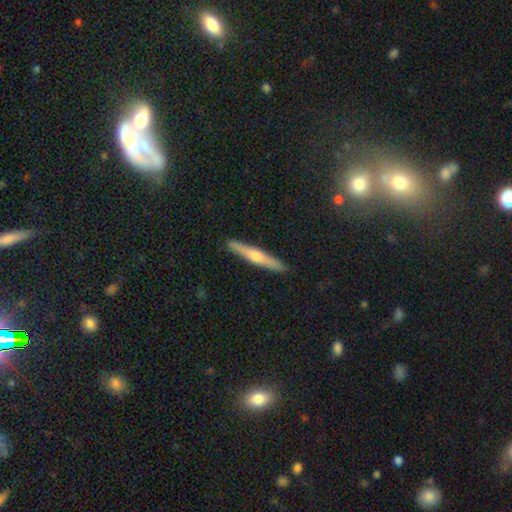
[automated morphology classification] Q: Smooth or featured?
A: featured or disk (51%); runner-up: smooth (43%)
Q: Edge-on disk?
A: yes (96%); runner-up: no (4%)
Q: Merging?
A: none (92%); runner-up: minor disturbance (6%)